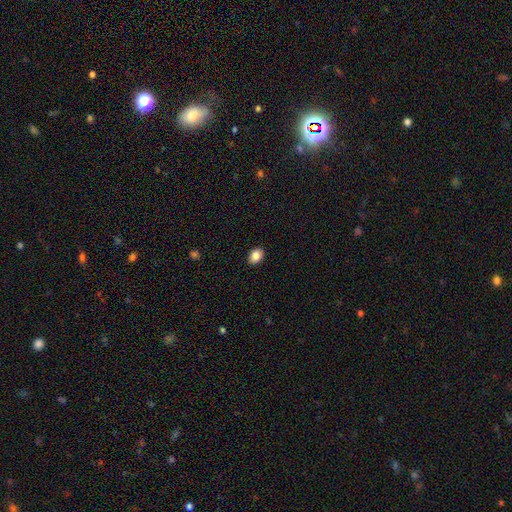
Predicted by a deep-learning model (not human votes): Smooth or featured: smooth — 86% (star or artifact — 9%)
How rounded: in between — 72% (round — 27%)
Merging: none — 89% (minor disturbance — 8%)